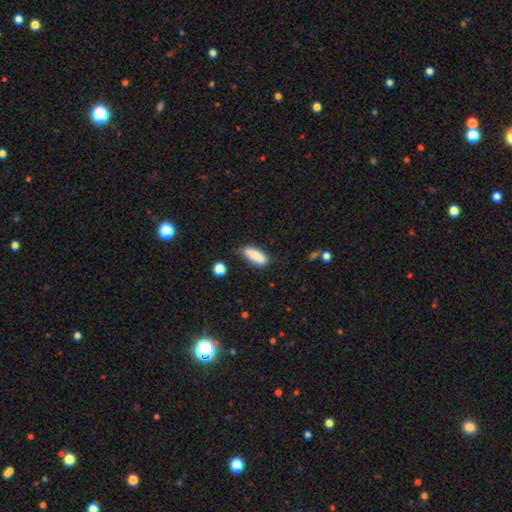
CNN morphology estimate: Smooth or featured? smooth (88%)
How rounded? in between (71%)
Merging? none (76%)